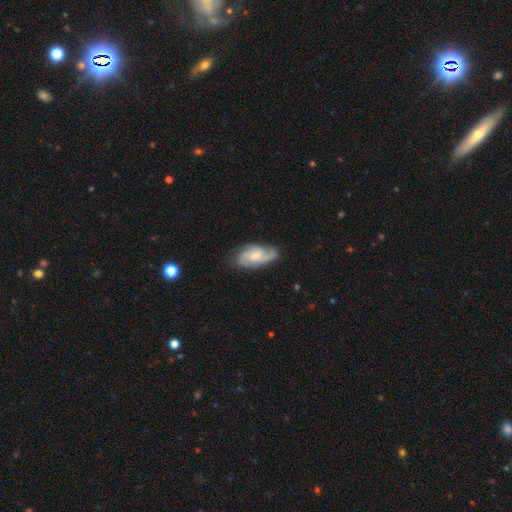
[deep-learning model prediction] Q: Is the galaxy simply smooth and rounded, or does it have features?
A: featured or disk — 74%.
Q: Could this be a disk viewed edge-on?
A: no — 96%.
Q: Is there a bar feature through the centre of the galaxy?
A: no — 58%.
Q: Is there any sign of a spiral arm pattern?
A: yes — 95%.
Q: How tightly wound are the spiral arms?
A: medium — 46%.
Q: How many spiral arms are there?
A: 2 — 47%.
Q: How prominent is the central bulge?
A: small — 46%.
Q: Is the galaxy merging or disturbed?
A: none — 71%.